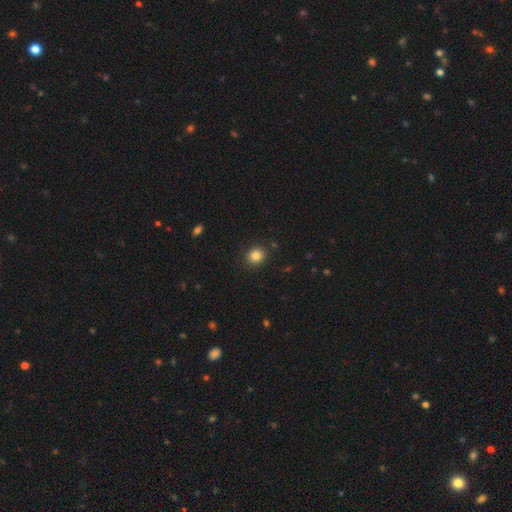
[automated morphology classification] Smooth or featured?
  - smooth: 83% *
  - star or artifact: 11%
  - featured or disk: 5%
How rounded?
  - round: 81% *
  - in between: 18%
  - cigar-shaped: 1%
Merging?
  - none: 90% *
  - minor disturbance: 6%
  - major disturbance: 2%
  - merger: 1%